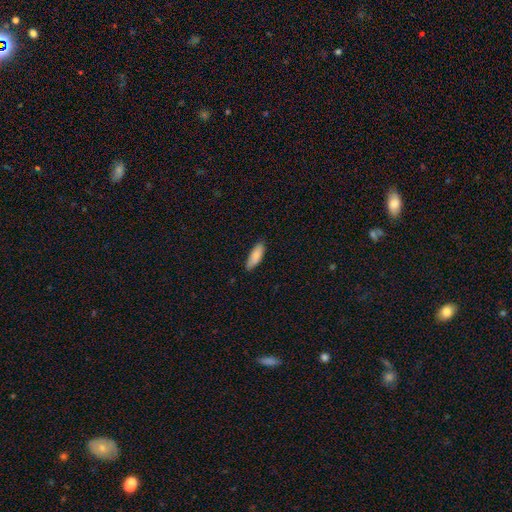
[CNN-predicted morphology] Overall: smooth (87%). How rounded: in between (62%; cigar-shaped 37%). Merging: none (84%).